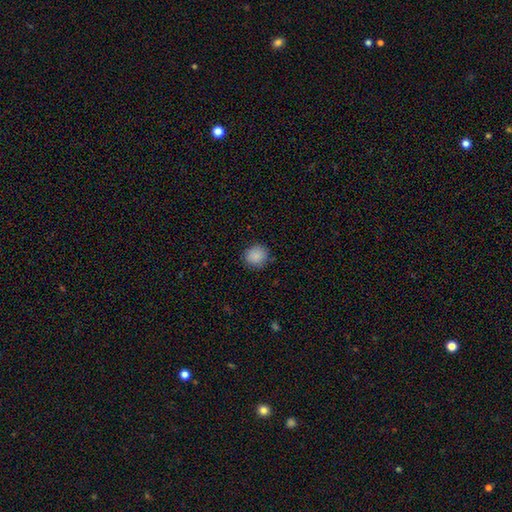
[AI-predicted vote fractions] Overall: smooth (88%). How rounded: round (88%). Merging: none (86%).